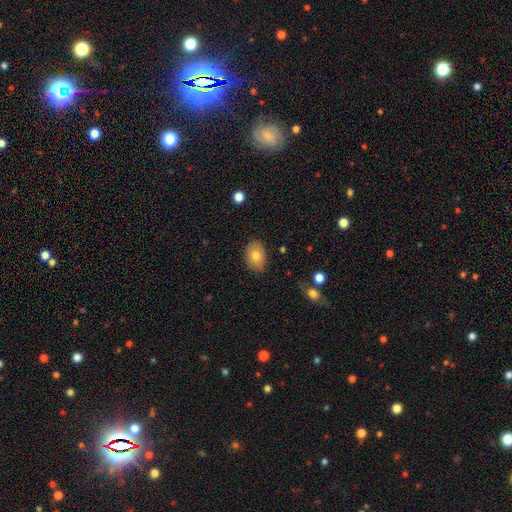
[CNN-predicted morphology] smooth 76%, featured or disk 16%, star or artifact 8%. Down the decision tree: how rounded — in between (81%); merging — none (84%).